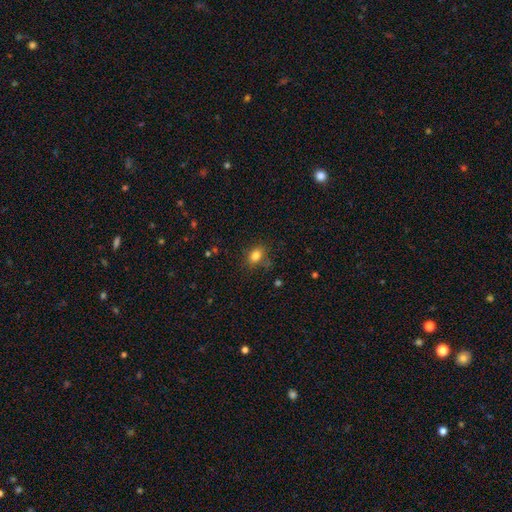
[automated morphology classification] smooth 82%, star or artifact 12%, featured or disk 7%. Down the decision tree: how rounded — in between (70%); merging — none (76%).